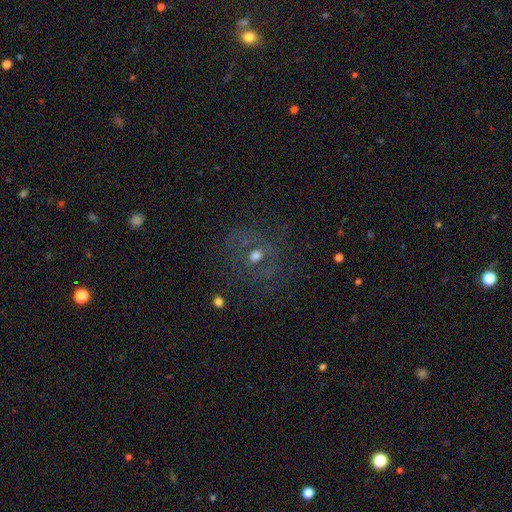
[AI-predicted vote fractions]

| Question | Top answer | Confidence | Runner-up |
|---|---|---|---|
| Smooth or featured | featured or disk | 45% | smooth (37%) |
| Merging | none | 72% | minor disturbance (14%) |